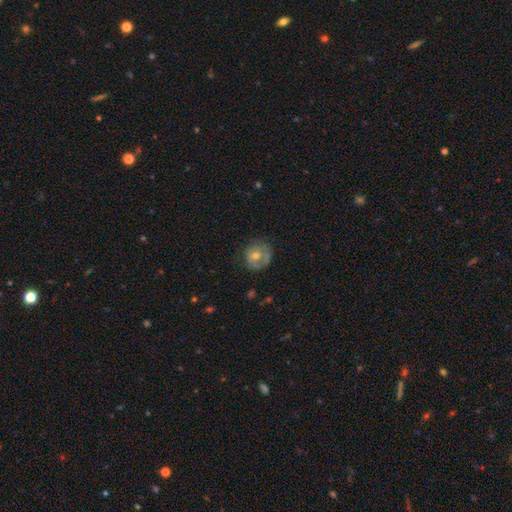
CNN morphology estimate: smooth-or-featured: smooth: 49% | featured or disk: 41% | star or artifact: 10%
  merging: none: 63% | minor disturbance: 24% | major disturbance: 11% | merger: 2%